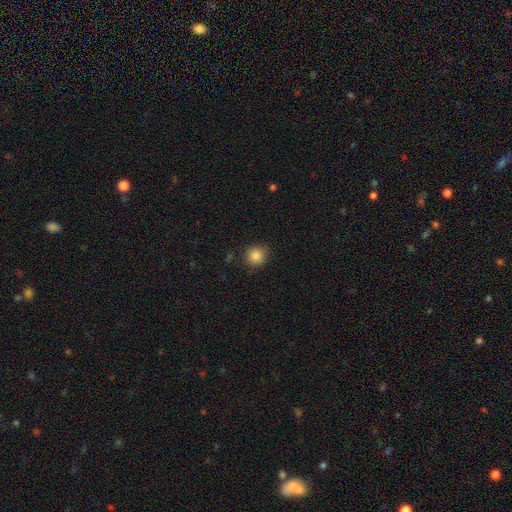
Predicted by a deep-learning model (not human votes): Q: Smooth or featured?
A: smooth (85%); runner-up: star or artifact (10%)
Q: How rounded?
A: round (91%); runner-up: in between (8%)
Q: Merging?
A: none (85%); runner-up: minor disturbance (12%)